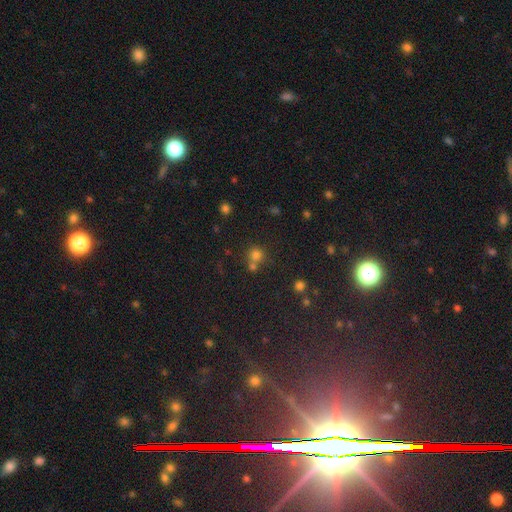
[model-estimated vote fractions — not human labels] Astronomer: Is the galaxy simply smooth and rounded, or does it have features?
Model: smooth — 66%.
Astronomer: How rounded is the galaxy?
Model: round — 88%.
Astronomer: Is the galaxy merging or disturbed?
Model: none — 54% (runner-up: merger, 35%).